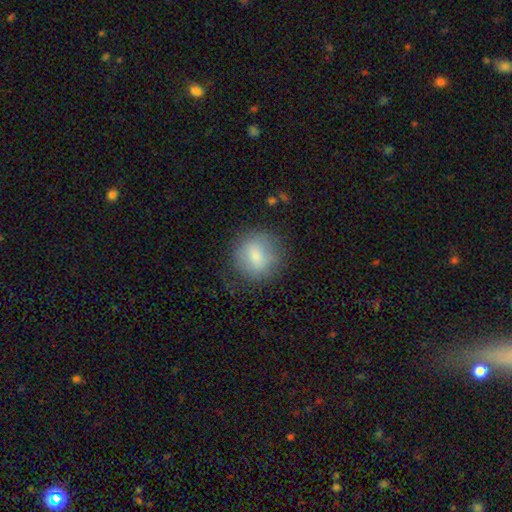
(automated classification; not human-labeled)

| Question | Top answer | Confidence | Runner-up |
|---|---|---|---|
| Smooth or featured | smooth | 78% | featured or disk (13%) |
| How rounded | round | 82% | in between (16%) |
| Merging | none | 78% | minor disturbance (15%) |